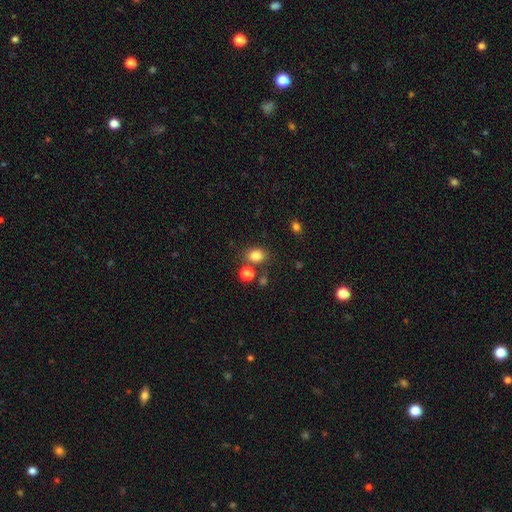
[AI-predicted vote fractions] This is clearly a smooth galaxy (81%). How rounded: possibly in between (50%). Merging: likely none (73%).